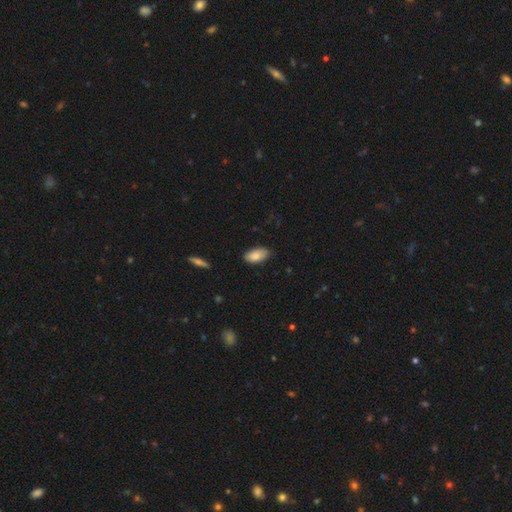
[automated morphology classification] The model was most divided on "merging": none: 80%, minor disturbance: 16%, major disturbance: 2%, merger: 1%. More confident: how rounded — in between (94%); smooth or featured — smooth (86%).